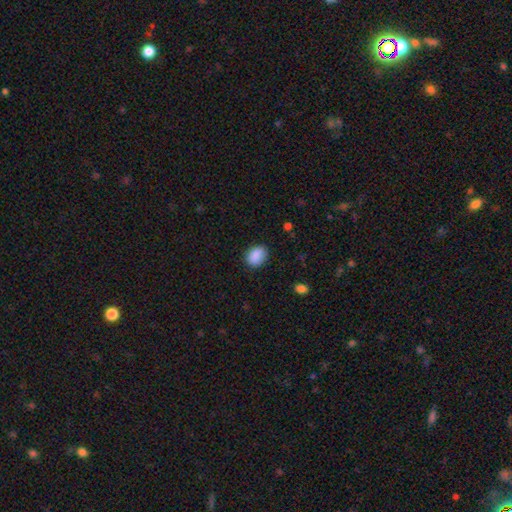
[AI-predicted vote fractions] smooth 89%, star or artifact 8%, featured or disk 4%. Down the decision tree: how rounded — in between (72%); merging — none (84%).